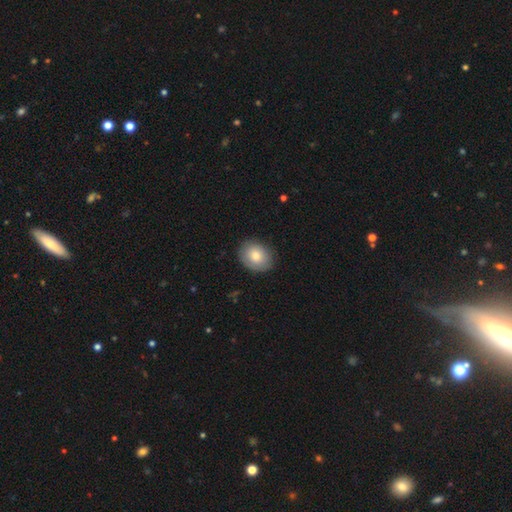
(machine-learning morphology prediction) Overall: smooth (78%). How rounded: round (50%; in between 49%). Merging: none (84%).